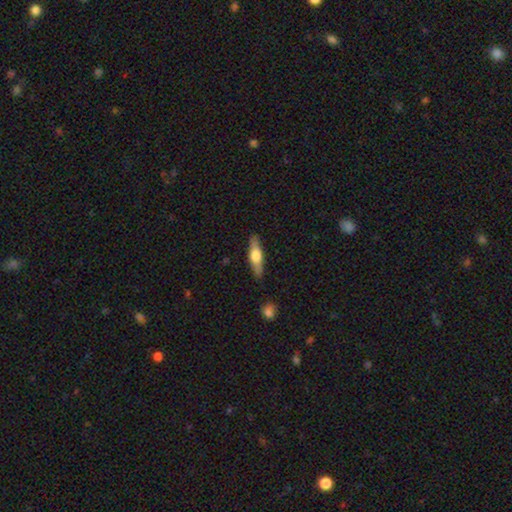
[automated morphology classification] Smooth or featured? Predicted: featured or disk (p=0.50). Edge-on disk? Predicted: yes (p=0.92). Merging? Predicted: none (p=0.87).